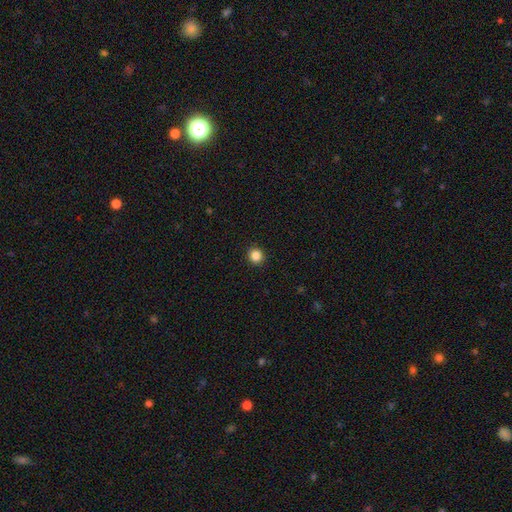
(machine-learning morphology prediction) smooth-or-featured: smooth: 85% | star or artifact: 11% | featured or disk: 3%
  how-rounded: round: 94% | in between: 5% | cigar-shaped: 1%
  merging: none: 93% | minor disturbance: 4% | major disturbance: 1% | merger: 1%